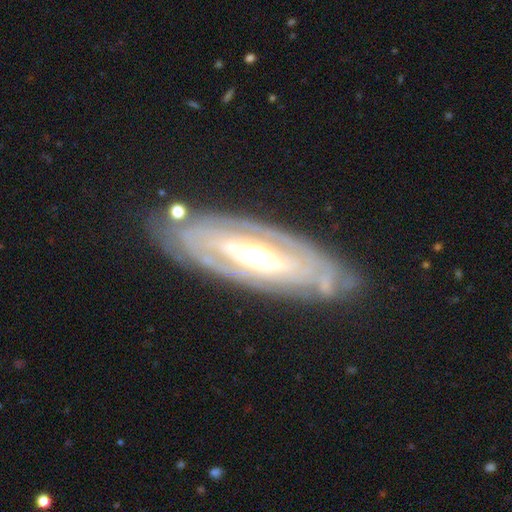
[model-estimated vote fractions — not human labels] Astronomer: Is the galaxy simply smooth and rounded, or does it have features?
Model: featured or disk — 82%.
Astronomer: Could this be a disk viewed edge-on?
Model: no — 80%.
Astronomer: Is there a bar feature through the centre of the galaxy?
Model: no — 56%.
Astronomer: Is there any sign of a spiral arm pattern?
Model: yes — 61% (runner-up: no, 39%).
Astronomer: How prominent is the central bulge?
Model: moderate — 67%.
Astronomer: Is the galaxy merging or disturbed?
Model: none — 79%.